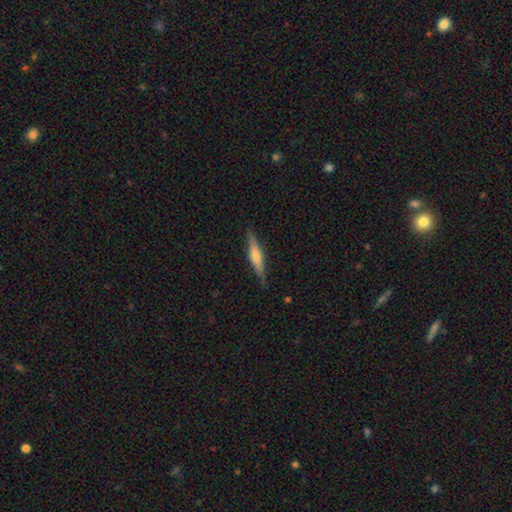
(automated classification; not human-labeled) smooth-or-featured: featured or disk: 66% | smooth: 28% | star or artifact: 6%
  disk-edge-on: yes: 97% | no: 3%
    edge-on-bulge: rounded: 76% | boxy: 15% | none: 9%
  merging: none: 89% | minor disturbance: 9% | major disturbance: 2% | merger: 1%